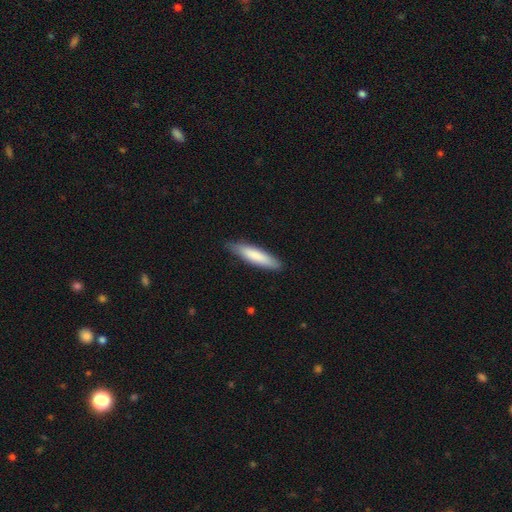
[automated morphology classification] Q: Smooth or featured?
A: smooth (81%); runner-up: featured or disk (14%)
Q: How rounded?
A: cigar-shaped (80%); runner-up: in between (19%)
Q: Merging?
A: none (85%); runner-up: minor disturbance (12%)